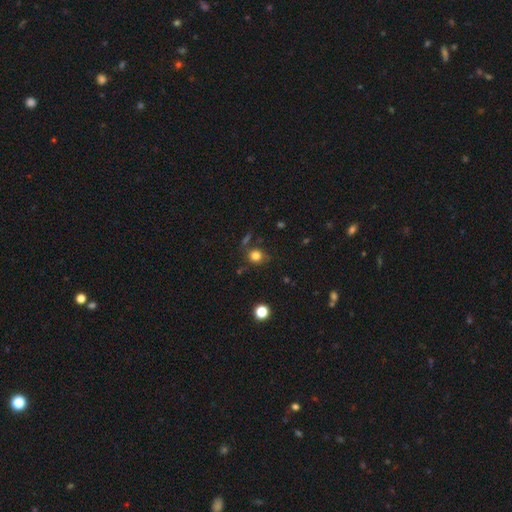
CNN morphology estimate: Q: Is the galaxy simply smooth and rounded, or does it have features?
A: smooth — 80%.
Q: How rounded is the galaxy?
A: round — 81%.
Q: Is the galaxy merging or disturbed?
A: none — 74%.